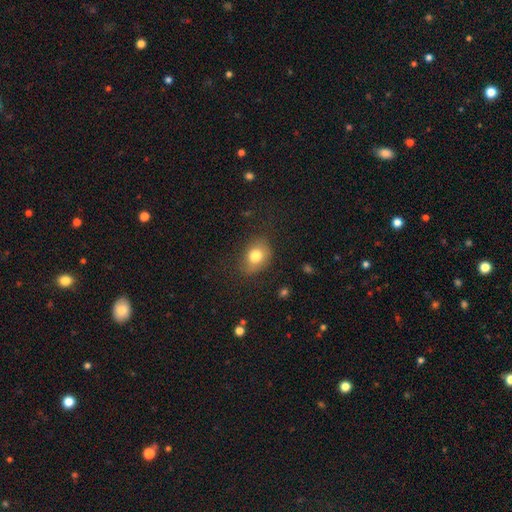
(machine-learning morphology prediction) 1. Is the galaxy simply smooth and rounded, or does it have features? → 79% smooth, 11% featured or disk, 10% star or artifact.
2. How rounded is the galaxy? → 55% in between, 44% round, 1% cigar-shaped.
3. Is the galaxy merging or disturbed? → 69% none, 22% minor disturbance, 8% major disturbance, 2% merger.